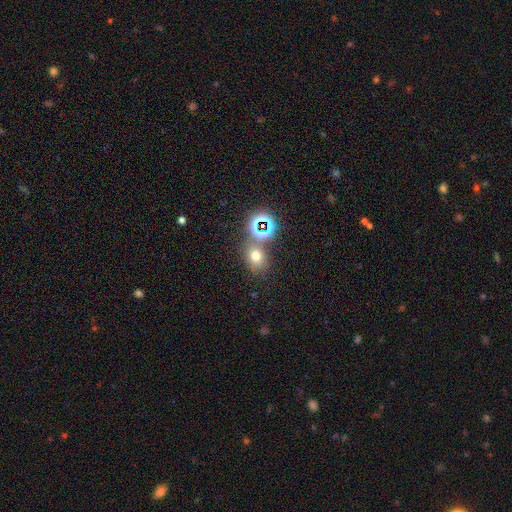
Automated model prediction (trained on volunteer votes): Q: Smooth or featured?
A: smooth (63%); runner-up: star or artifact (28%)
Q: How rounded?
A: round (59%); runner-up: in between (40%)
Q: Merging?
A: none (66%); runner-up: merger (18%)